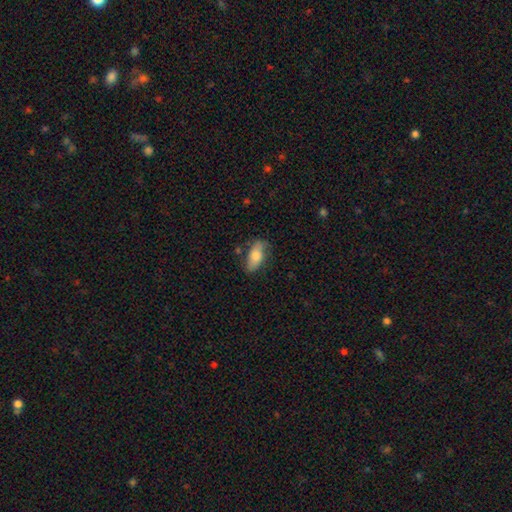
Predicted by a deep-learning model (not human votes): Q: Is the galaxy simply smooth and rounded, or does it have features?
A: smooth — 72%.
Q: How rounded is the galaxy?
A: in between — 83%.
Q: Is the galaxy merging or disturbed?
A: none — 71%.